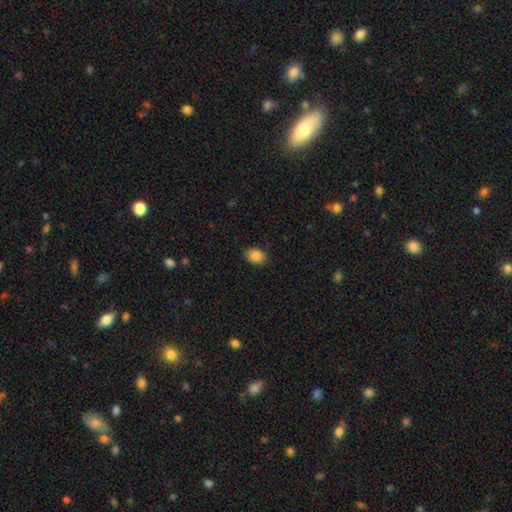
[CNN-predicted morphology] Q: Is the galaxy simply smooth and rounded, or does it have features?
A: smooth — 86%.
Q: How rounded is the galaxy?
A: in between — 73%.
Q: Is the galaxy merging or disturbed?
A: none — 87%.